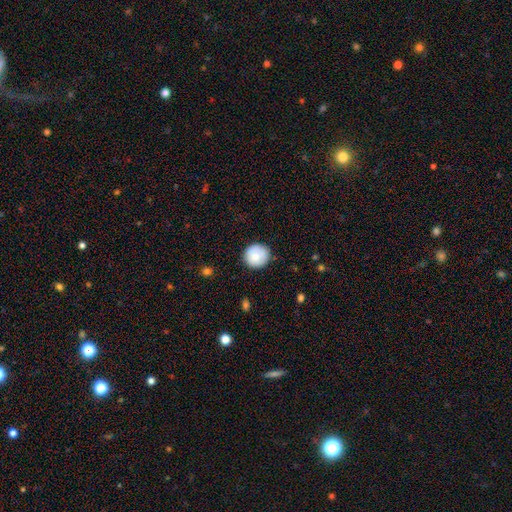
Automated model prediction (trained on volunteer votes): smooth-or-featured: smooth: 83% | featured or disk: 10% | star or artifact: 7%
  how-rounded: round: 93% | in between: 6% | cigar-shaped: 1%
  merging: none: 85% | minor disturbance: 11% | major disturbance: 2% | merger: 1%